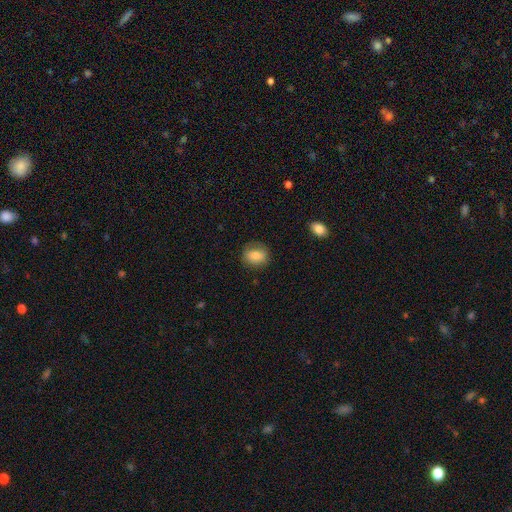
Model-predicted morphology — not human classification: The model was most divided on "how rounded": round: 51%, in between: 47%, cigar-shaped: 1%. More confident: smooth or featured — smooth (81%); merging — none (79%).